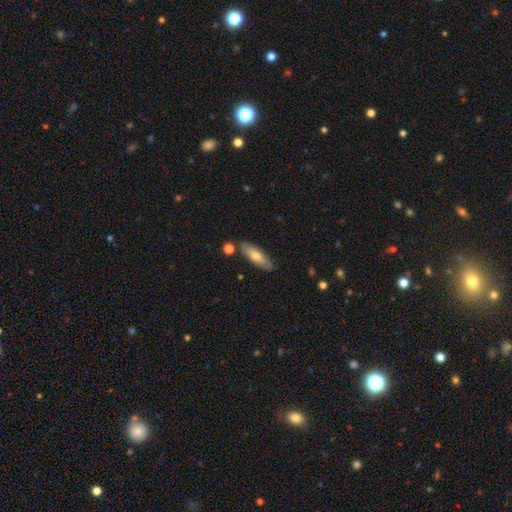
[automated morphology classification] Overall: smooth (62%; featured or disk 32%). How rounded: cigar-shaped (53%; in between 45%). Merging: none (83%).